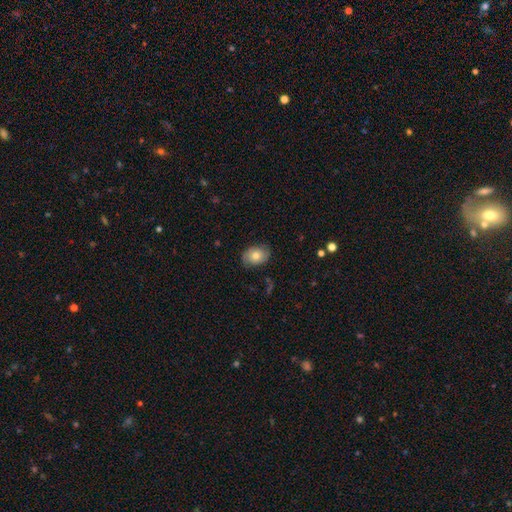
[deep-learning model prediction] This appears to be a smooth galaxy with no disk features (68%) that is in between round and cigar-shaped (73%). Merging: none (80%).